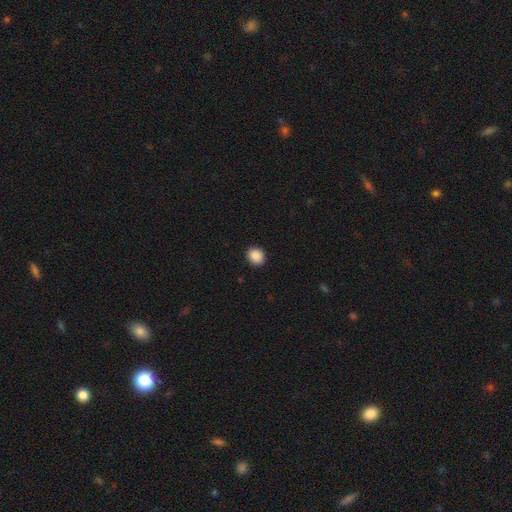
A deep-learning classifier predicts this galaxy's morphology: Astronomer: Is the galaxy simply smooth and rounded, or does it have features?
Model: smooth — 89%.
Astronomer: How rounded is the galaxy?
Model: round — 69%.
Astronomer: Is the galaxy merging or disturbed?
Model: none — 91%.